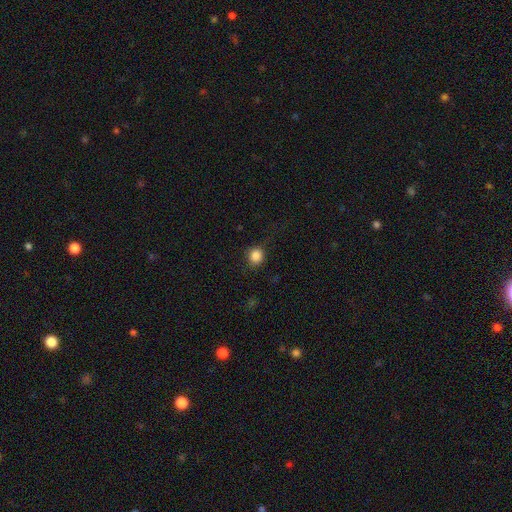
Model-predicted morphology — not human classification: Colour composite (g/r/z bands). It shows a smooth galaxy with no disk features (86%) that is round (88%). Merging: none (84%).